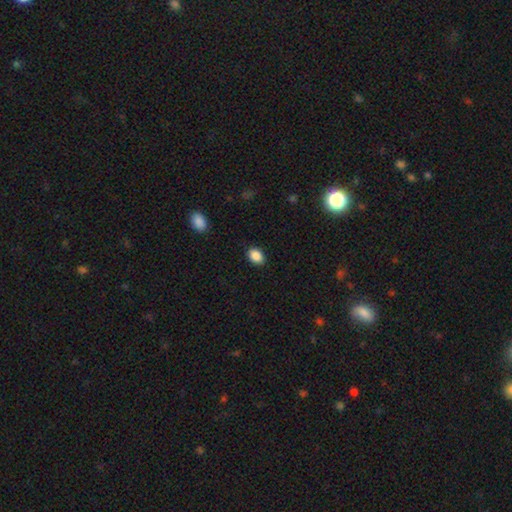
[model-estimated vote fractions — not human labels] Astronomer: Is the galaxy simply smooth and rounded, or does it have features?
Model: smooth — 88%.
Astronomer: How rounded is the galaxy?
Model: in between — 77%.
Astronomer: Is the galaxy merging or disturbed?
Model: none — 88%.